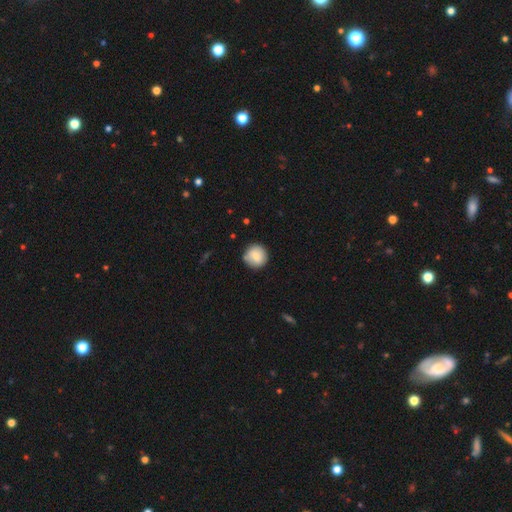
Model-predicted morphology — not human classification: The model was most divided on "smooth or featured": smooth: 81%, featured or disk: 11%, star or artifact: 7%. More confident: how rounded — round (95%); merging — none (84%).